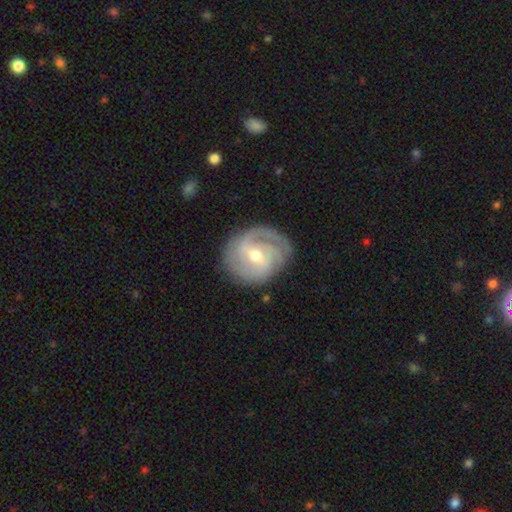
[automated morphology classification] smooth-or-featured: featured or disk: 85% | smooth: 11% | star or artifact: 5%
  disk-edge-on: no: 98% | yes: 2%
    bar: weak: 54% | no: 28% | strong: 19%
    has-spiral-arms: yes: 96% | no: 4%
      spiral-winding: tight: 58% | medium: 33% | loose: 9%
      spiral-arm-count: 3: 32% | 2: 29% | can't tell: 21% | 4: 7% | 1: 6% | more than 4: 4%
    bulge-size: moderate: 61% | small: 35% | large: 2% | none: 1% | dominant: 1%
  merging: none: 76% | minor disturbance: 17% | major disturbance: 6% | merger: 1%